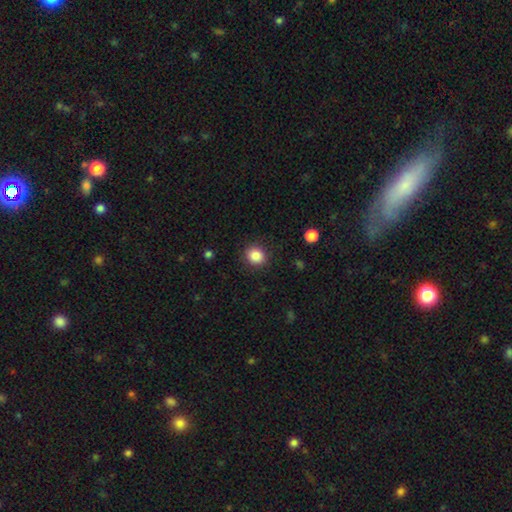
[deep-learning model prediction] Smooth or featured? smooth (85%)
How rounded? round (80%)
Merging? none (89%)